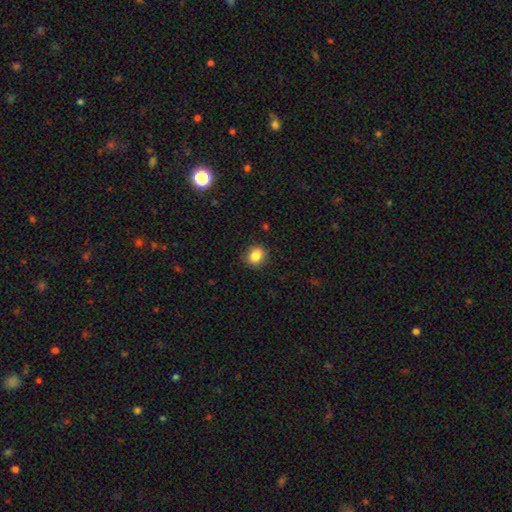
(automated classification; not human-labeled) A smooth galaxy with no disk features (85%) that is round (62%).

Vote fractions:
- Smooth or featured? smooth: 85% / star or artifact: 10% / featured or disk: 5%
- How rounded? round: 62% / in between: 37% / cigar-shaped: 1%
- Merging? none: 87% / minor disturbance: 10% / major disturbance: 2% / merger: 1%